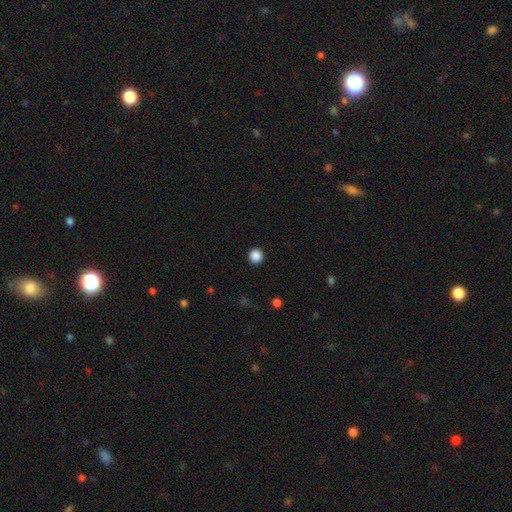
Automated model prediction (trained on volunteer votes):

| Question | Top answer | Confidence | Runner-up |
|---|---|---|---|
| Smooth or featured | smooth | 87% | star or artifact (10%) |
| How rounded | round | 94% | in between (5%) |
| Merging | none | 93% | minor disturbance (4%) |